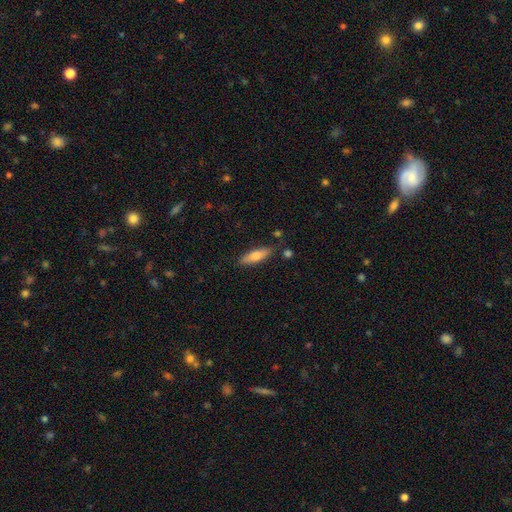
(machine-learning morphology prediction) Smooth or featured? Predicted: smooth (p=0.69). How rounded? Predicted: cigar-shaped (p=0.62). Merging? Predicted: none (p=0.82).